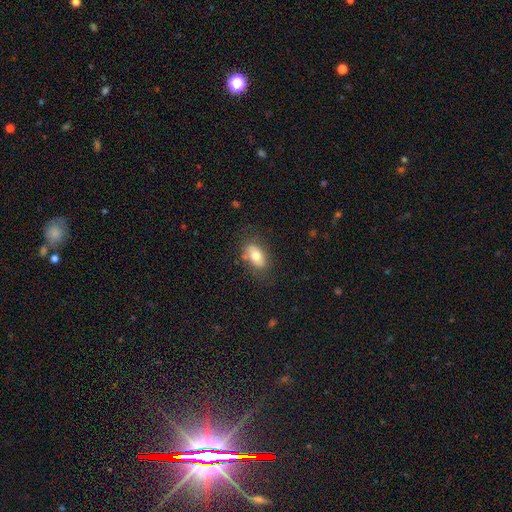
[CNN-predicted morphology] Smooth or featured? smooth (72%)
How rounded? in between (88%)
Merging? none (72%)